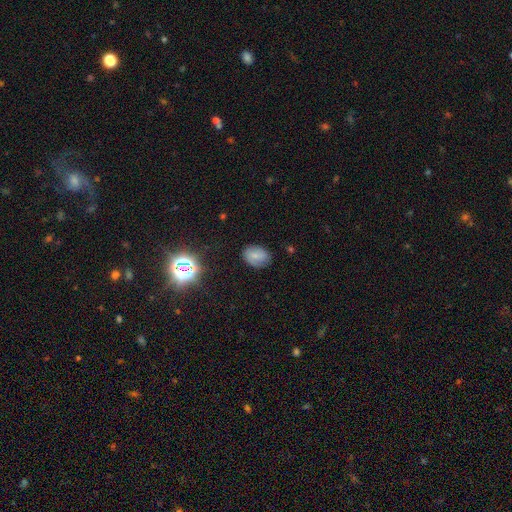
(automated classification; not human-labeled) smooth 60%, featured or disk 24%, star or artifact 16%. Down the decision tree: how rounded — in between (72%); merging — none (77%).